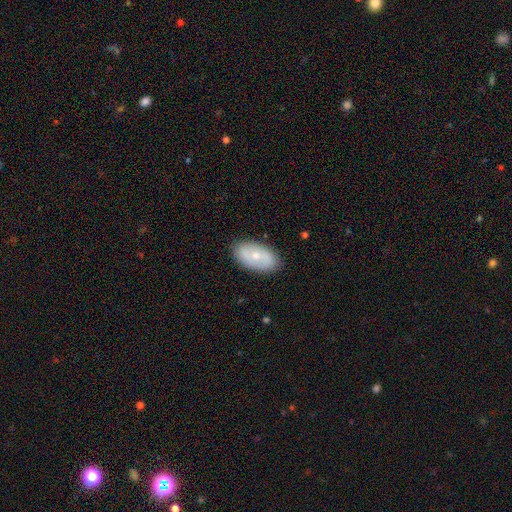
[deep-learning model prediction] Smooth or featured: smooth — 52% (featured or disk — 41%)
How rounded: in between — 93% (round — 5%)
Merging: none — 85% (minor disturbance — 11%)